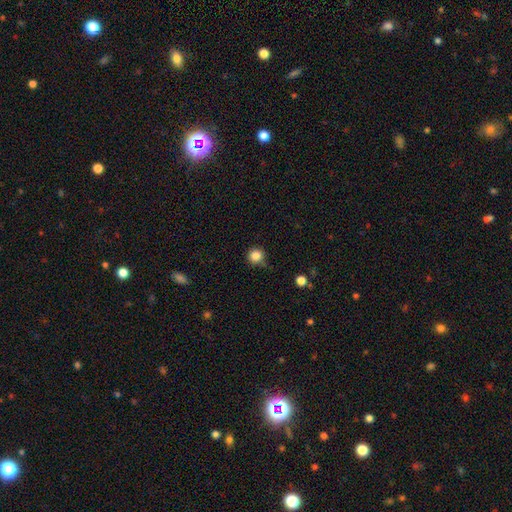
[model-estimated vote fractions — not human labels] This is clearly a smooth galaxy (84%). How rounded: clearly round (94%). Merging: likely none (75%).